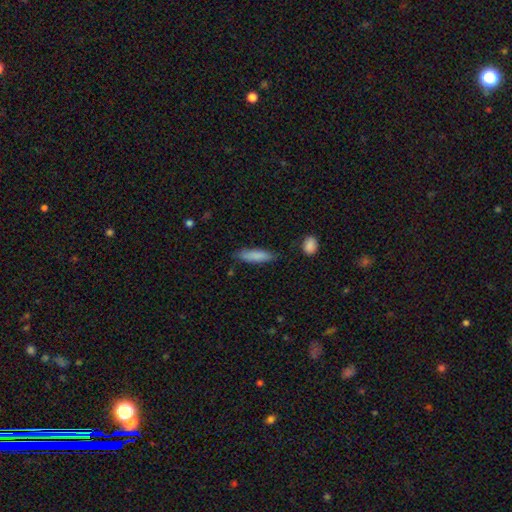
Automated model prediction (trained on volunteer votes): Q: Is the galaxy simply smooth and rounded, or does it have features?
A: smooth — 83%.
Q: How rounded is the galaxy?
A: cigar-shaped — 69%.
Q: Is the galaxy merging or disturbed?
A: none — 79%.